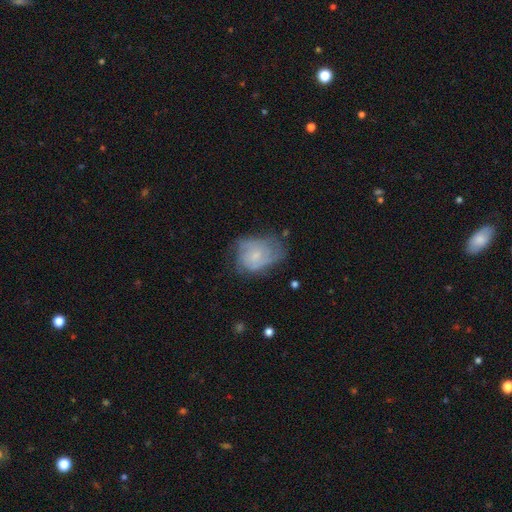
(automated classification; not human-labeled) Smooth or featured: featured or disk — 58% (smooth — 34%)
Edge-on disk: no — 97% (yes — 3%)
Bar: no — 67% (weak — 29%)
Spiral arms: yes — 77% (no — 23%)
Bulge size: small — 60% (moderate — 23%)
Merging: none — 46% (minor disturbance — 32%)